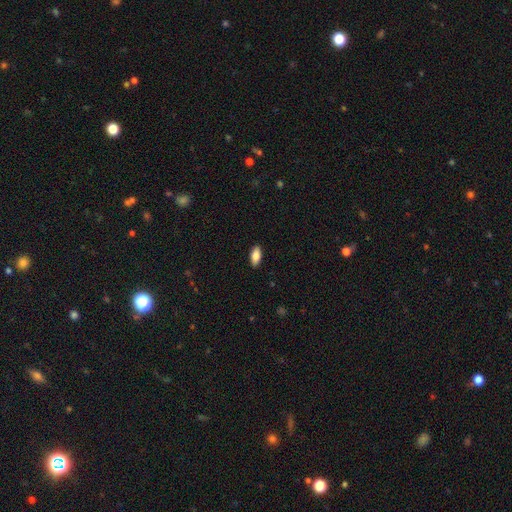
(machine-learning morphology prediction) The model was most divided on "smooth or featured": smooth: 84%, featured or disk: 9%, star or artifact: 6%. More confident: merging — none (90%); how rounded — in between (88%).